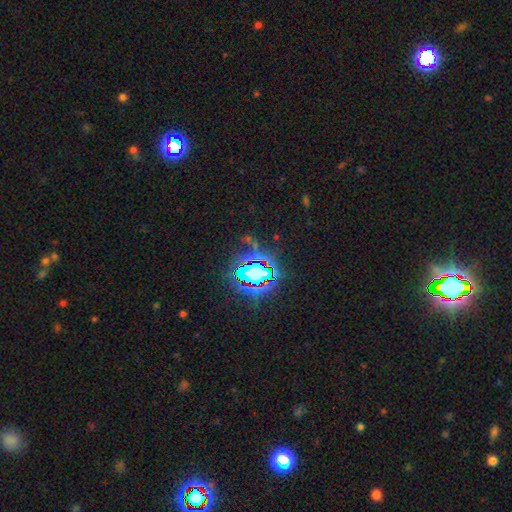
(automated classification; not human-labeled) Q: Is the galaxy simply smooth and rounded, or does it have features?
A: star or artifact — 83%.